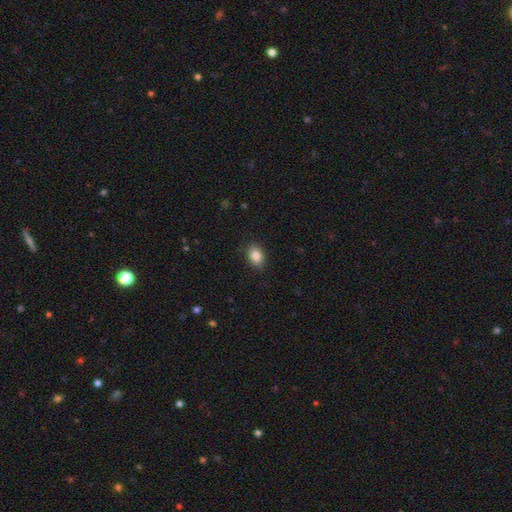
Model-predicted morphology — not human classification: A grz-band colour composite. It shows a smooth galaxy with no disk features (86%) that is in between round and cigar-shaped (76%). Merging: none (87%).